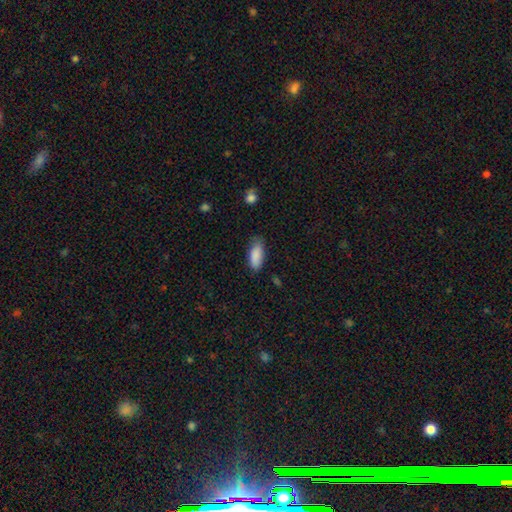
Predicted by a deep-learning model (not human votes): Smooth or featured? smooth (89%)
How rounded? in between (83%)
Merging? none (74%)